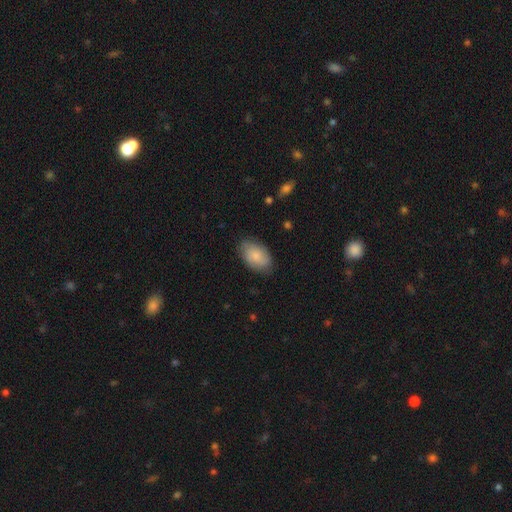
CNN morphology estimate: smooth-or-featured: smooth: 79% | featured or disk: 15% | star or artifact: 6%
  how-rounded: in between: 92% | round: 7% | cigar-shaped: 1%
  merging: none: 81% | minor disturbance: 15% | major disturbance: 3% | merger: 1%